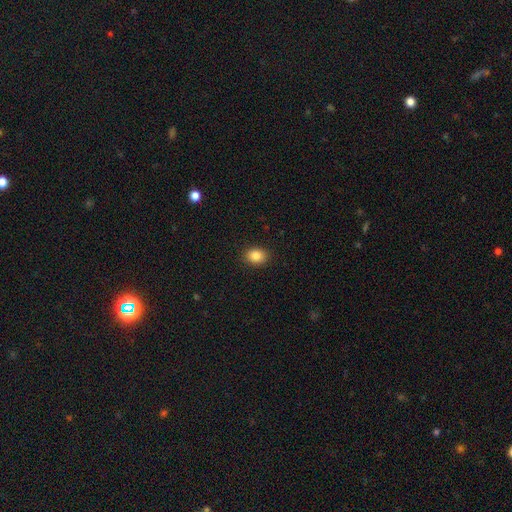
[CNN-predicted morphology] smooth 86%, star or artifact 10%, featured or disk 5%. Down the decision tree: how rounded — in between (51%); merging — none (90%).